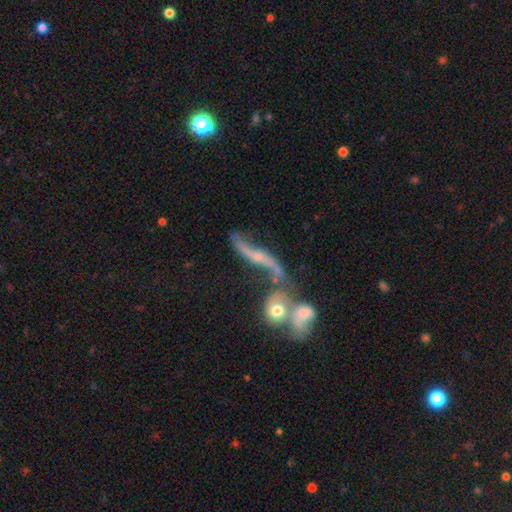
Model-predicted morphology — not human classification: Smooth or featured?
  - featured or disk: 80% *
  - smooth: 12%
  - star or artifact: 8%
Edge-on disk?
  - no: 75% *
  - yes: 25%
Bar?
  - no: 48% *
  - weak: 31%
  - strong: 21%
Spiral arms?
  - yes: 89% *
  - no: 11%
Spiral winding?
  - loose: 90% *
  - medium: 7%
  - tight: 3%
Spiral arm count?
  - 2: 90% *
  - 1: 4%
  - can't tell: 3%
  - 3: 1%
  - 4: 1%
  - more than 4: 1%
Bulge size?
  - small: 57% *
  - moderate: 29%
  - none: 10%
  - large: 2%
  - dominant: 2%
Merging?
  - merger: 38% *
  - none: 34%
  - minor disturbance: 15%
  - major disturbance: 13%